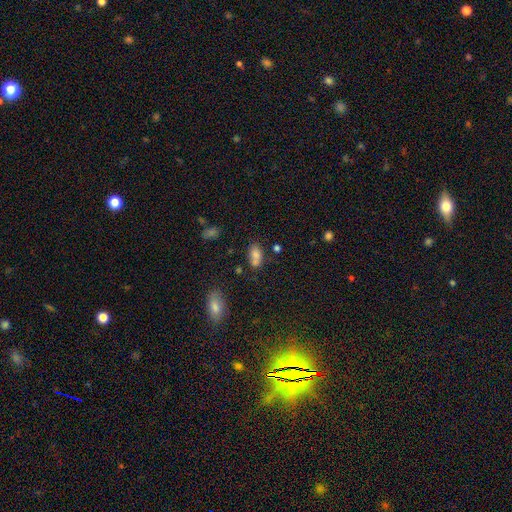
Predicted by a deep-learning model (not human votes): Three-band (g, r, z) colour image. It shows a smooth galaxy with no disk features (75%) that is in between round and cigar-shaped (83%). Merging: none (44%).